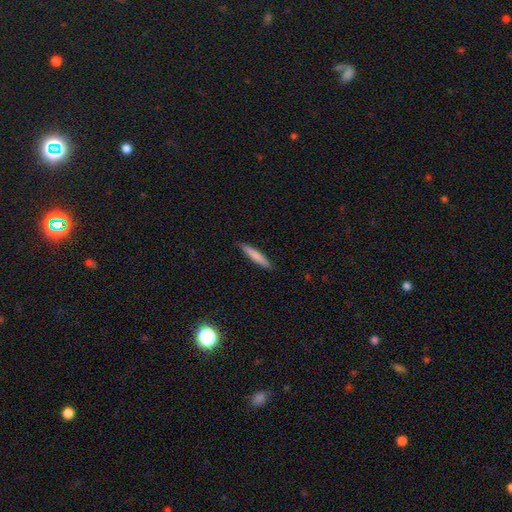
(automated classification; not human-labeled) smooth_or_featured: smooth (p=0.79) [alt: featured or disk p=0.16]
how_rounded: cigar-shaped (p=0.91) [alt: in between p=0.08]
merging: none (p=0.89) [alt: minor disturbance p=0.08]